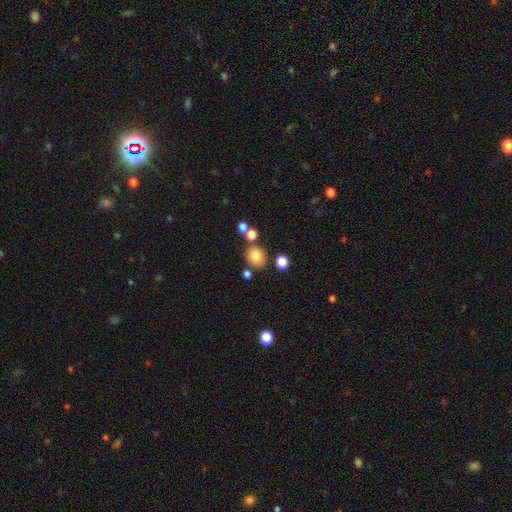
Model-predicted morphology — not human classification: Smooth or featured: smooth — 79% (star or artifact — 13%)
How rounded: round — 69% (in between — 31%)
Merging: none — 72% (merger — 13%)